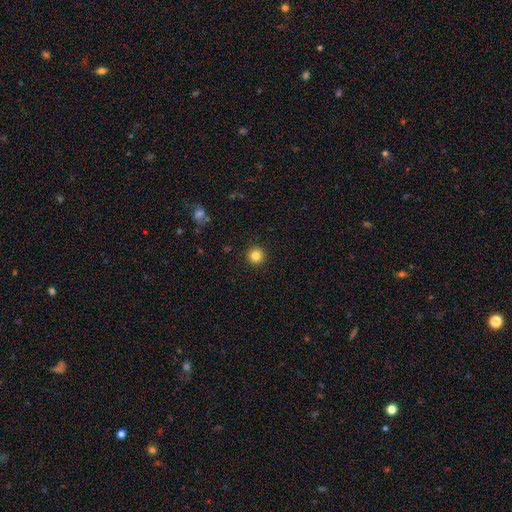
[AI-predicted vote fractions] A smooth galaxy with no disk features (84%) that is round (96%). Merging: none (93%).